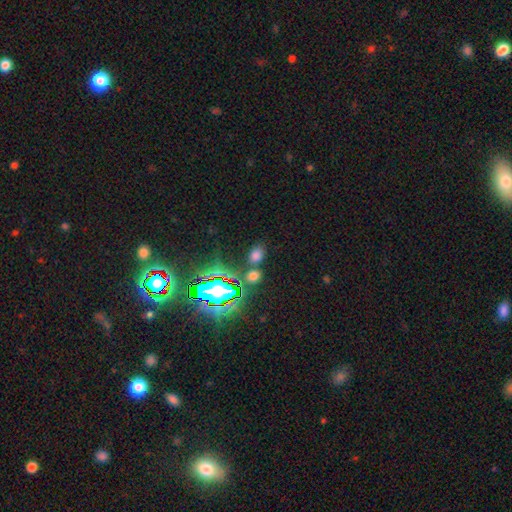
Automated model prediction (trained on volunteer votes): Smooth or featured? Predicted: smooth (p=0.61). How rounded? Predicted: in between (p=0.70). Merging? Predicted: none (p=0.71).